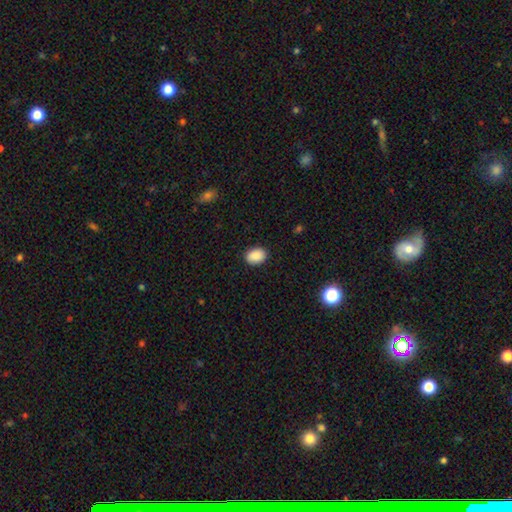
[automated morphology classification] Overall: smooth (90%). How rounded: in between (75%). Merging: none (89%).